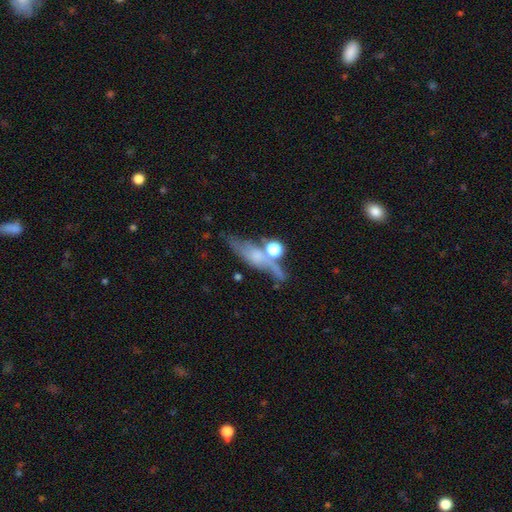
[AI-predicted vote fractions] featured or disk 52%, smooth 32%, star or artifact 16%. Down the decision tree: edge-on disk — yes (62%); merging — none (51%).